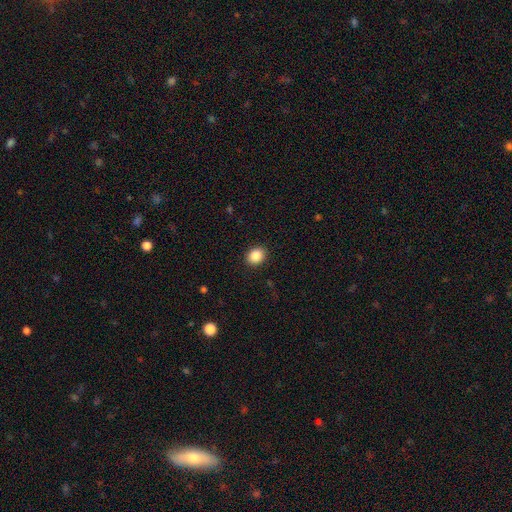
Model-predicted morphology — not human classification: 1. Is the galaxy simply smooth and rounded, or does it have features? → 87% smooth, 9% star or artifact, 4% featured or disk.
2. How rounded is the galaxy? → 56% round, 43% in between, 1% cigar-shaped.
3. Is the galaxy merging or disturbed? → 91% none, 6% minor disturbance, 2% major disturbance, 1% merger.